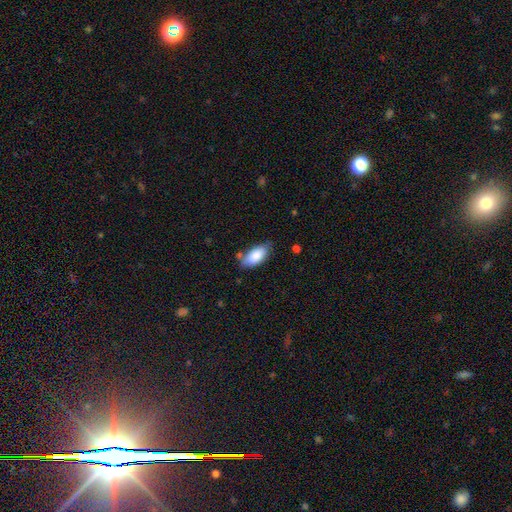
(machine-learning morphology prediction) Overall: smooth (86%). How rounded: in between (92%). Merging: none (68%).